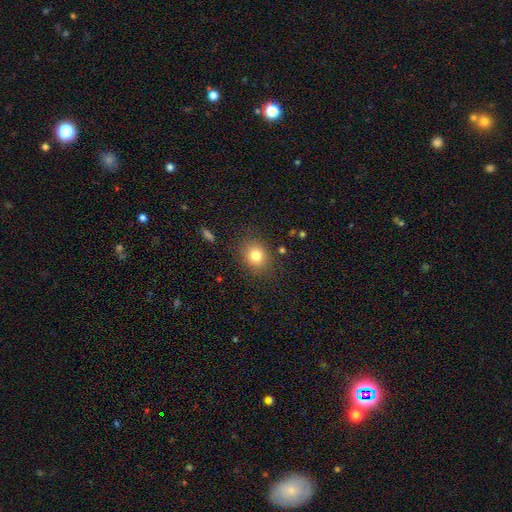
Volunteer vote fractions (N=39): Smooth or featured? 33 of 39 (85%) said smooth. How rounded? 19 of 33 (58%) said round. Merging? 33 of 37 (89%) said none.